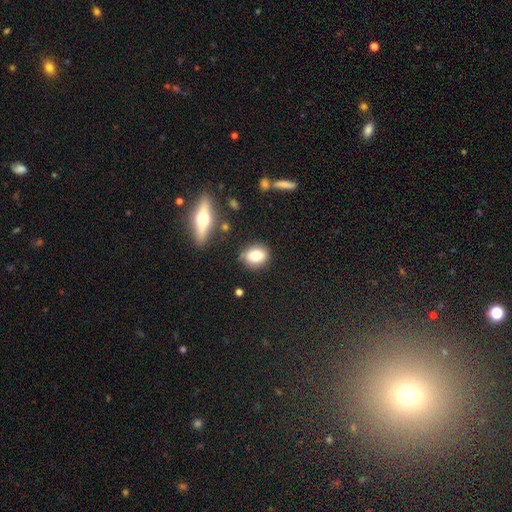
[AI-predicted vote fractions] This is likely a smooth galaxy (75%). How rounded: possibly in between (52%). Merging: likely none (79%).